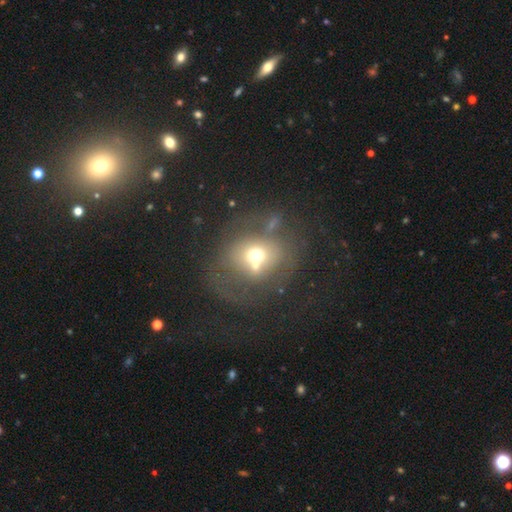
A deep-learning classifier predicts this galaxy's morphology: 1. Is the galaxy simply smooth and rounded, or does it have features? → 49% smooth, 35% featured or disk, 16% star or artifact.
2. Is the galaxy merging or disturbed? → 38% none, 24% major disturbance, 21% merger, 16% minor disturbance.